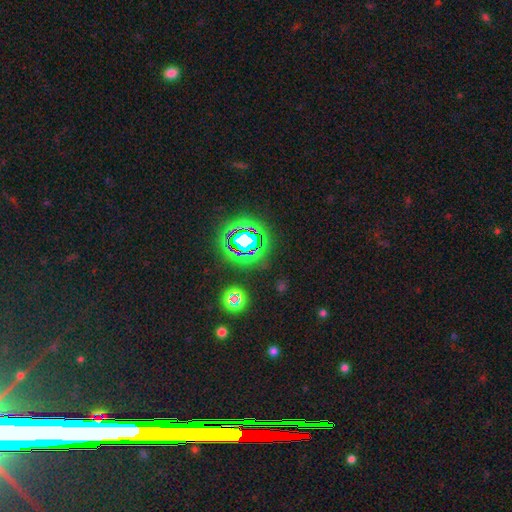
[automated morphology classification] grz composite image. It shows a star or artifact, not a galaxy (76%).